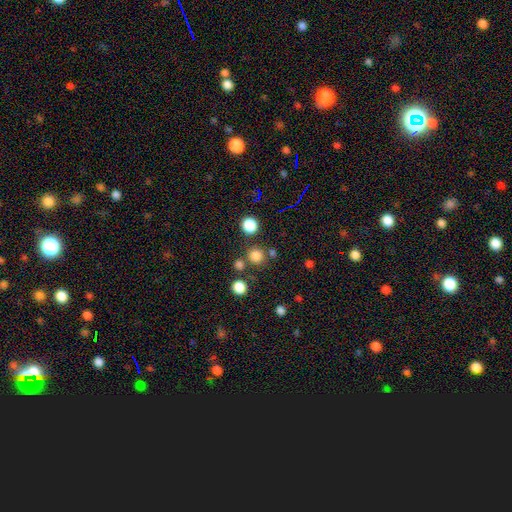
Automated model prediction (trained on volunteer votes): Morphology: type=smooth (78%); roundness=round (91%); merging=none (76%).